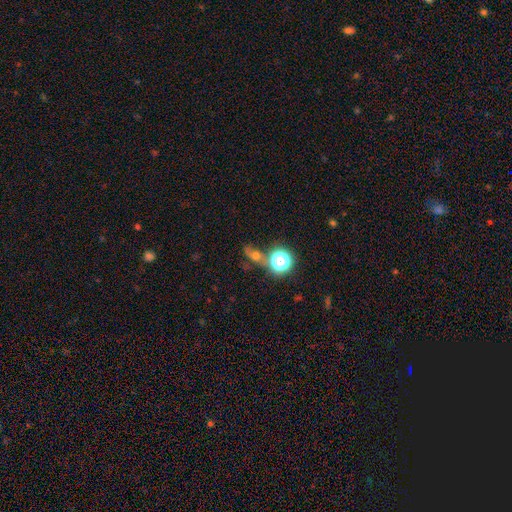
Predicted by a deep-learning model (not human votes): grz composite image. It shows a smooth galaxy with no disk features (43%). Merging: none (52%).